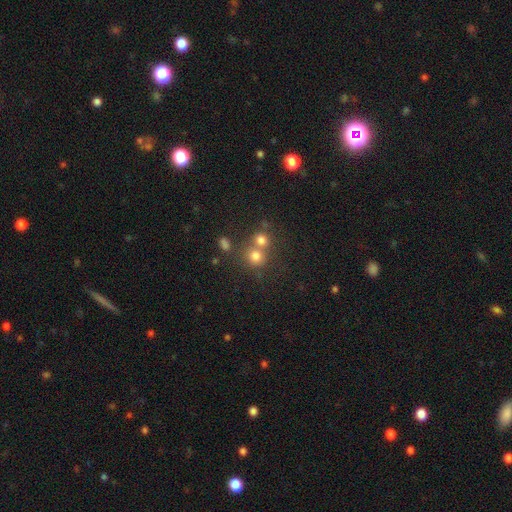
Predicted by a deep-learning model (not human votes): Smooth or featured: smooth — 73% (star or artifact — 16%)
How rounded: round — 86% (in between — 13%)
Merging: none — 49% (merger — 42%)